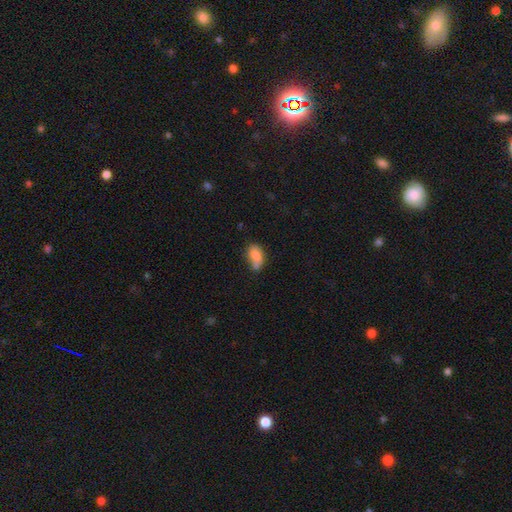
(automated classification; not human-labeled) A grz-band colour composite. It shows a smooth galaxy with no disk features (77%) that is in between round and cigar-shaped (85%). Merging: none (41%).